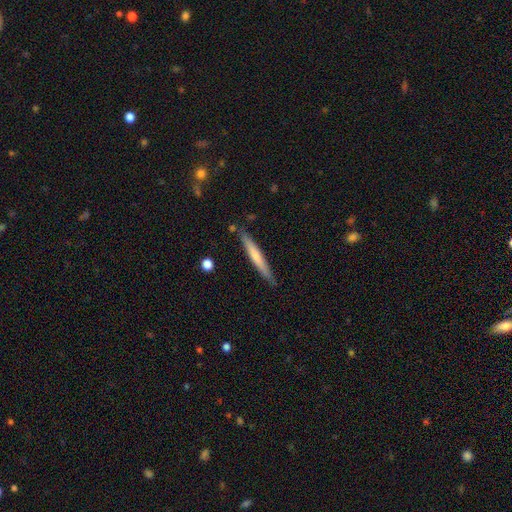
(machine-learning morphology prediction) smooth_or_featured: smooth (p=0.57) [alt: featured or disk p=0.37]
how_rounded: cigar-shaped (p=0.96) [alt: in between p=0.03]
merging: none (p=0.85) [alt: minor disturbance p=0.11]